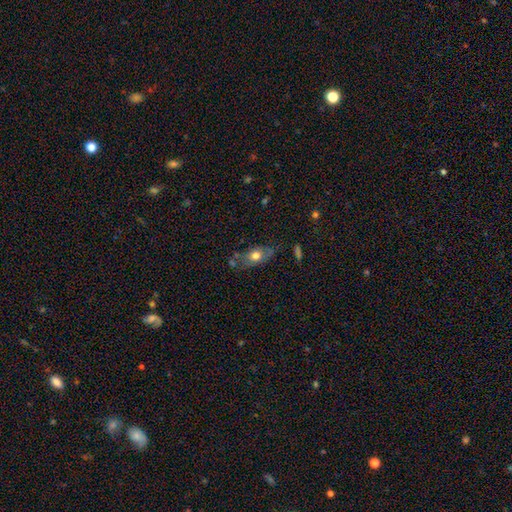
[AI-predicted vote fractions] smooth_or_featured: smooth (p=0.65) [alt: featured or disk p=0.27]
how_rounded: in between (p=0.78) [alt: round p=0.15]
merging: none (p=0.59) [alt: minor disturbance p=0.25]